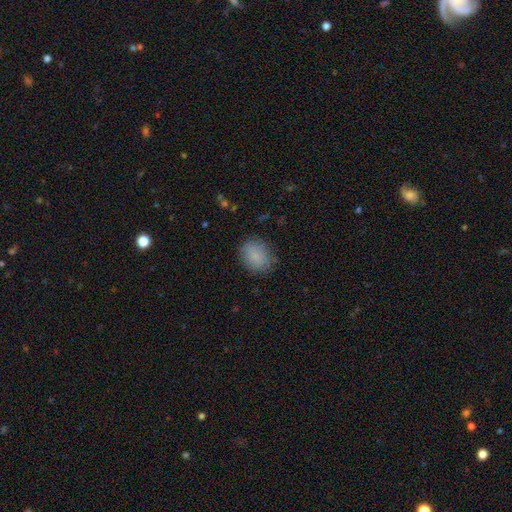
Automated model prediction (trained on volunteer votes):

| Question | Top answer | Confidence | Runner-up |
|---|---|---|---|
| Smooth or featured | smooth | 85% | star or artifact (9%) |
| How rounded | round | 51% | in between (48%) |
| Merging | none | 80% | minor disturbance (15%) |